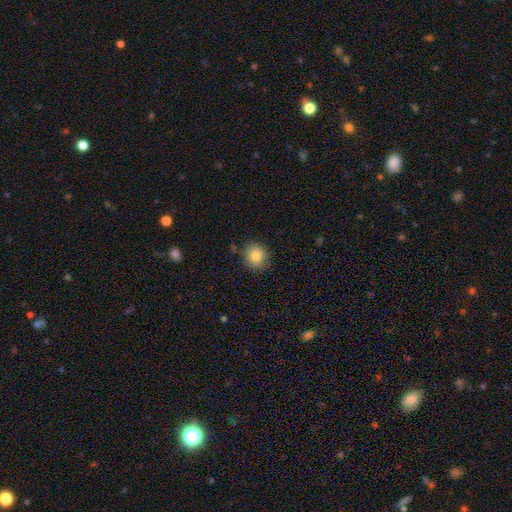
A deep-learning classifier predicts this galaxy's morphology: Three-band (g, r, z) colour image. It shows a smooth galaxy with no disk features (83%) that is round (85%). Merging: none (83%).